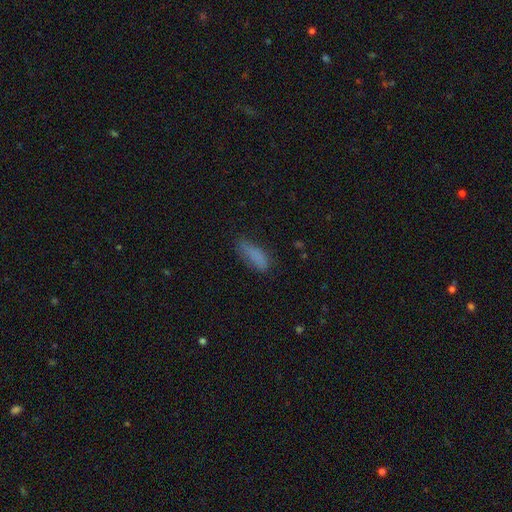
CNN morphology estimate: Overall: smooth (81%). How rounded: in between (54%; cigar-shaped 44%). Merging: none (64%; minor disturbance 25%).